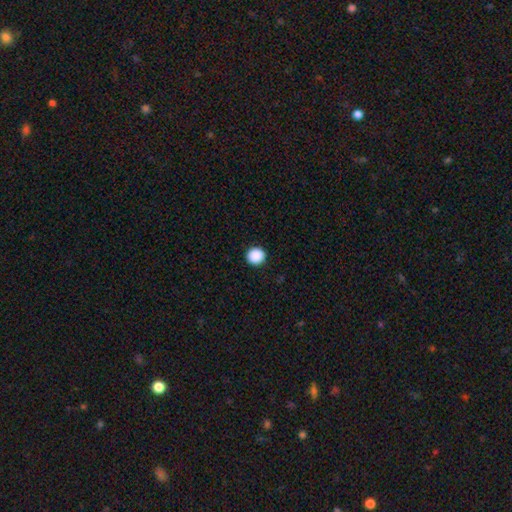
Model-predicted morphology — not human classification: The model was most divided on "smooth or featured": smooth: 90%, star or artifact: 9%, featured or disk: 2%. More confident: how rounded — round (94%); merging — none (93%).